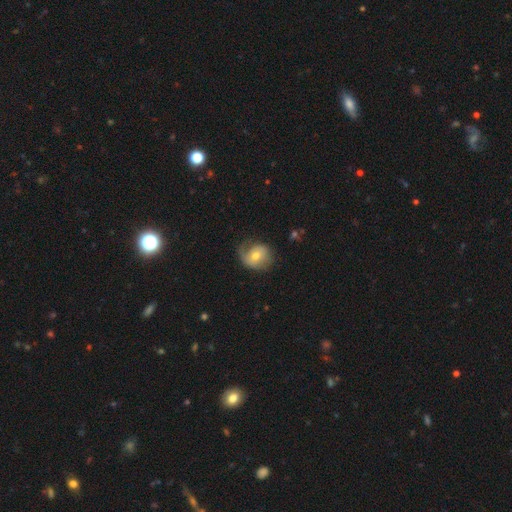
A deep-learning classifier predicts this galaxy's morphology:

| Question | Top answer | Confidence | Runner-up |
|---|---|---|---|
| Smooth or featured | featured or disk | 47% | smooth (46%) |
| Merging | none | 50% | minor disturbance (28%) |